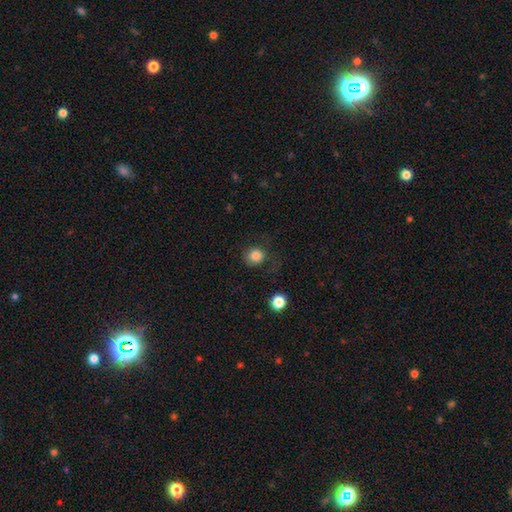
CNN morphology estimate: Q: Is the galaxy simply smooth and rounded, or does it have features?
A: smooth — 83%.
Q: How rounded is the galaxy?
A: round — 84%.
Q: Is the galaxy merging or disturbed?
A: none — 71%.